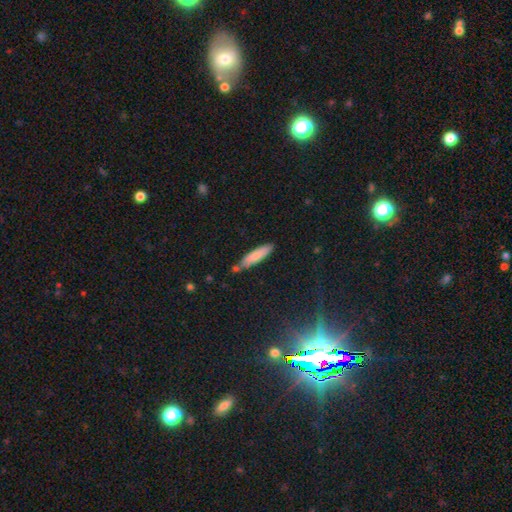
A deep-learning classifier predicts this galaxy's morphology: The model was most divided on "merging": none: 72%, minor disturbance: 17%, merger: 8%, major disturbance: 3%. More confident: smooth or featured — smooth (79%); how rounded — cigar-shaped (78%).